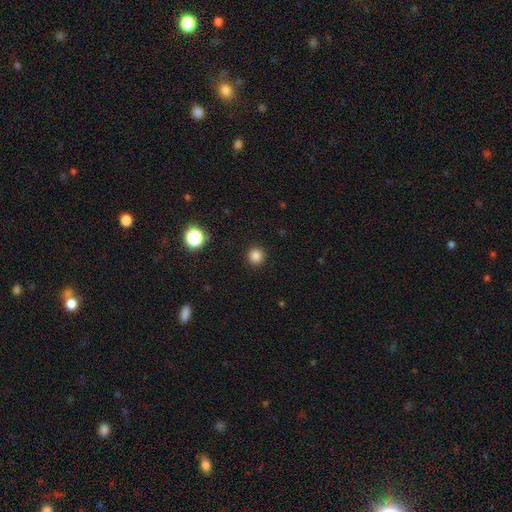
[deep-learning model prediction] Smooth or featured? Predicted: smooth (p=0.83). How rounded? Predicted: round (p=0.95). Merging? Predicted: none (p=0.92).